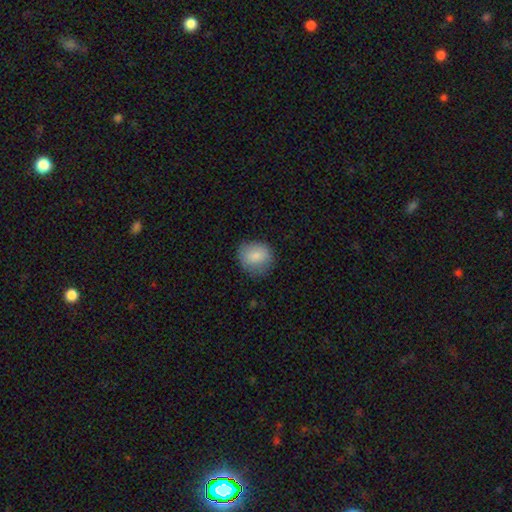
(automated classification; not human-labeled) Q: Smooth or featured?
A: smooth (83%); runner-up: featured or disk (9%)
Q: How rounded?
A: round (77%); runner-up: in between (22%)
Q: Merging?
A: none (77%); runner-up: minor disturbance (17%)